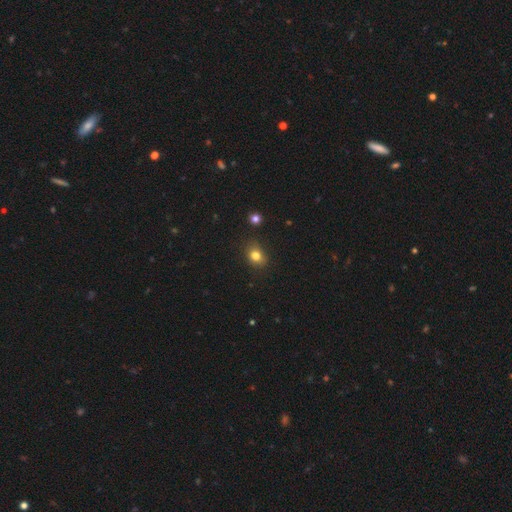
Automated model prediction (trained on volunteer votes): smooth 80%, star or artifact 13%, featured or disk 7%. Down the decision tree: how rounded — round (53%); merging — none (81%).